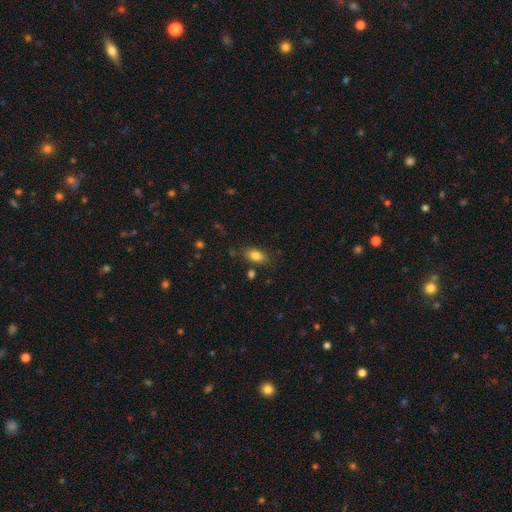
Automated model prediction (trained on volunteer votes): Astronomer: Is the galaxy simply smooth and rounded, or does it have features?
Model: smooth — 84%.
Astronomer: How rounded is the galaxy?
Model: in between — 87%.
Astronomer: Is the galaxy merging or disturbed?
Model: none — 79%.